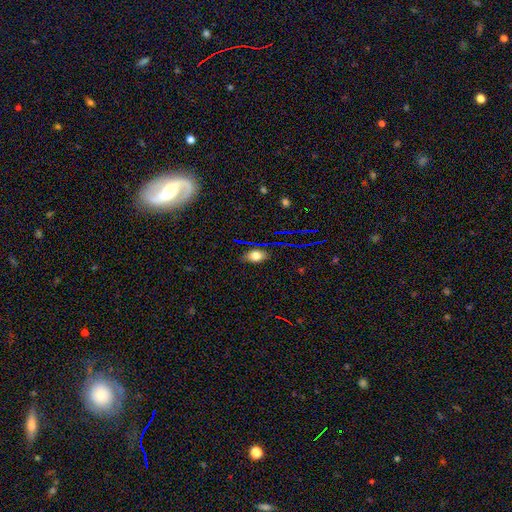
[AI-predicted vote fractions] This appears to be a smooth galaxy with no disk features (74%) that is in between round and cigar-shaped (85%). Merging: none (81%).